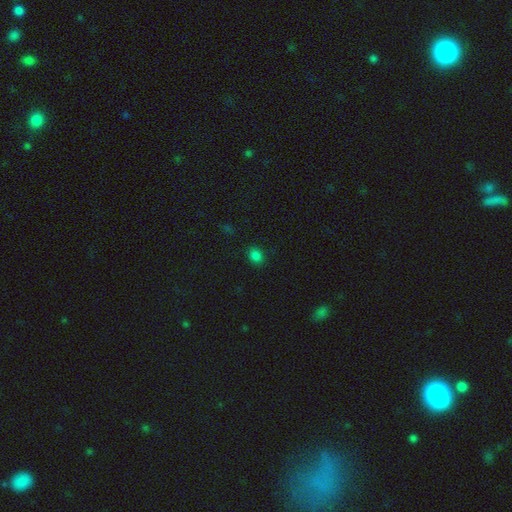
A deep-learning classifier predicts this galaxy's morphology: Smooth or featured? smooth (81%)
How rounded? in between (57%)
Merging? none (87%)